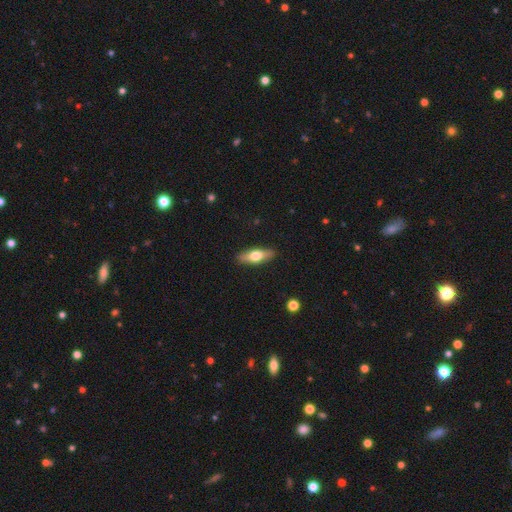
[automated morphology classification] smooth_or_featured: smooth (p=0.54) [alt: featured or disk p=0.40]
how_rounded: in between (p=0.51) [alt: cigar-shaped p=0.46]
merging: none (p=0.89) [alt: minor disturbance p=0.08]